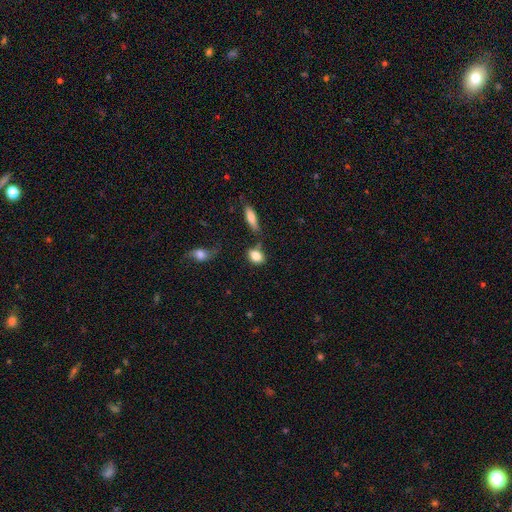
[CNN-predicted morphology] This is clearly a smooth galaxy (83%). How rounded: likely in between (69%). Merging: likely none (62%).